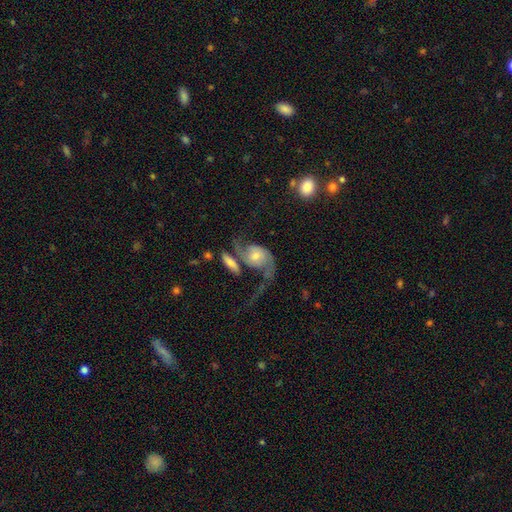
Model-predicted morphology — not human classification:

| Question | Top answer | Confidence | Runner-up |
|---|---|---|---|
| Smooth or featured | featured or disk | 79% | smooth (14%) |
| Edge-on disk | no | 96% | yes (4%) |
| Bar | no | 66% | weak (27%) |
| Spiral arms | yes | 94% | no (6%) |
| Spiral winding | loose | 74% | medium (21%) |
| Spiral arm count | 2 | 87% | 1 (7%) |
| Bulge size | moderate | 48% | small (33%) |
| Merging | none | 35% | merger (26%) |